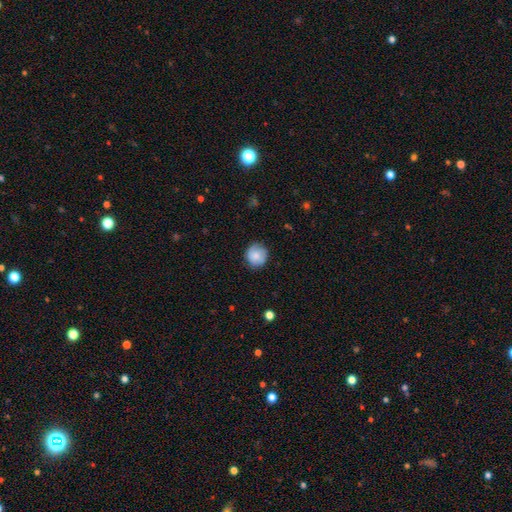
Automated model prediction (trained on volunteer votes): The model was most divided on "smooth or featured": smooth: 72%, featured or disk: 20%, star or artifact: 8%. More confident: how rounded — round (90%); merging — none (80%).